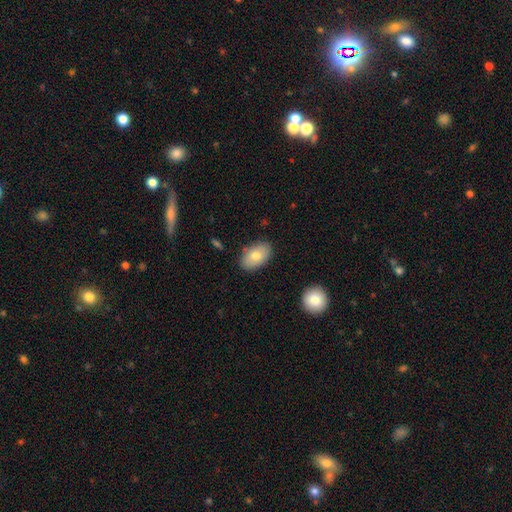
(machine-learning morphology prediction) Q: Smooth or featured?
A: smooth (75%); runner-up: featured or disk (18%)
Q: How rounded?
A: in between (92%); runner-up: round (7%)
Q: Merging?
A: none (86%); runner-up: minor disturbance (10%)